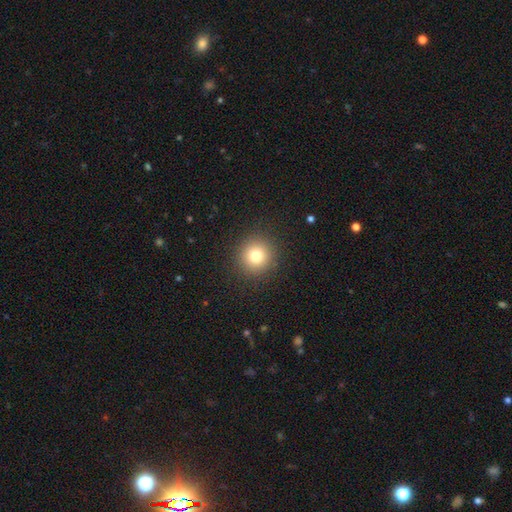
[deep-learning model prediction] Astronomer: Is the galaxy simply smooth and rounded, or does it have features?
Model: smooth — 78%.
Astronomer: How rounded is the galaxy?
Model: round — 94%.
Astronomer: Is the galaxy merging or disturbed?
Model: none — 91%.